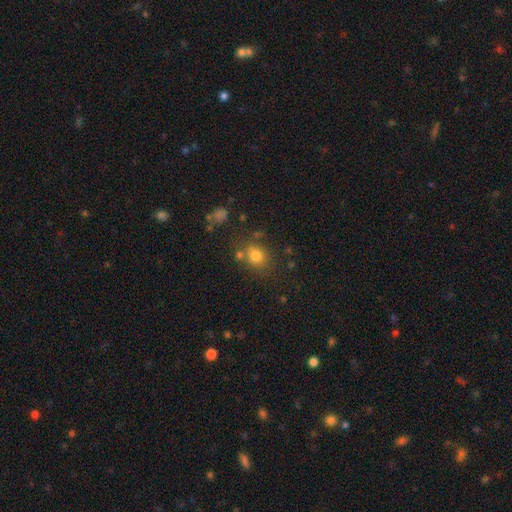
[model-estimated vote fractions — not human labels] This appears to be a smooth galaxy with no disk features (77%) that is round (65%). Merging: none (68%).